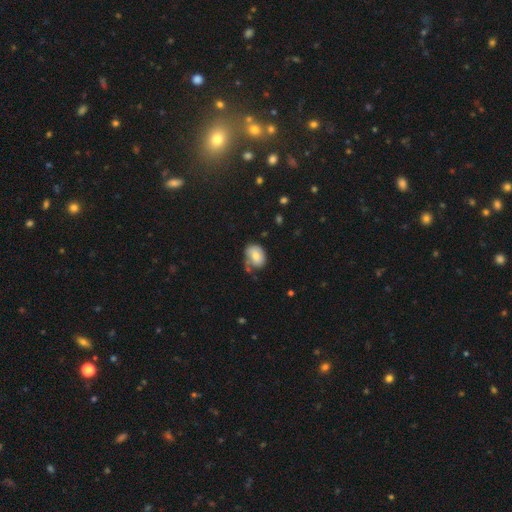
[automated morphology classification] The model was most divided on "merging": none: 48%, minor disturbance: 30%, major disturbance: 14%, merger: 8%. More confident: smooth or featured — smooth (69%); how rounded — in between (64%).